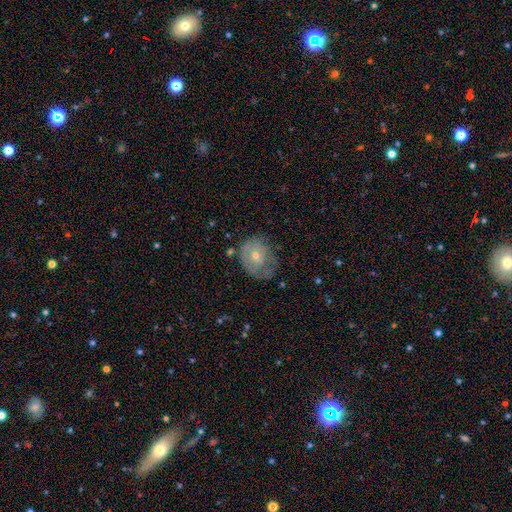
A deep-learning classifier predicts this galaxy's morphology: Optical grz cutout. It shows a featured or disk galaxy (50%). Merging: none (57%).